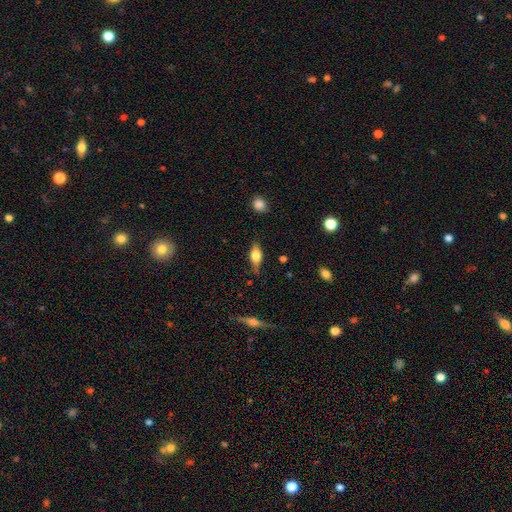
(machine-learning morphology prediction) type=smooth (56%); roundness=in between (73%); merging=none (74%).